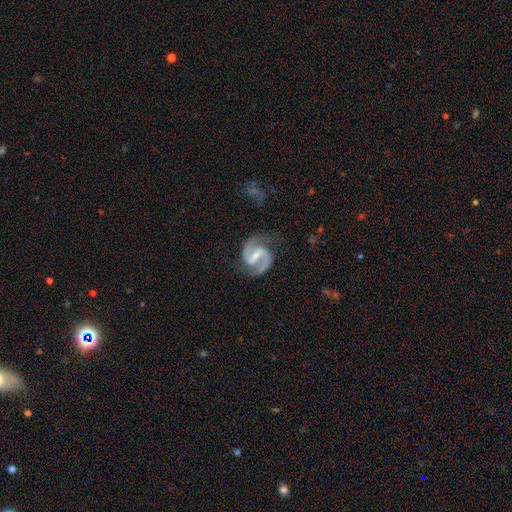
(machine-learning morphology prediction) featured or disk 92%, star or artifact 4%, smooth 4%. Down the decision tree: edge-on disk — no (98%); bar — strong (50%); spiral arms — yes (98%); spiral arm count — 2 (94%); spiral winding — medium (62%); bulge size — small (49%); merging — none (77%).